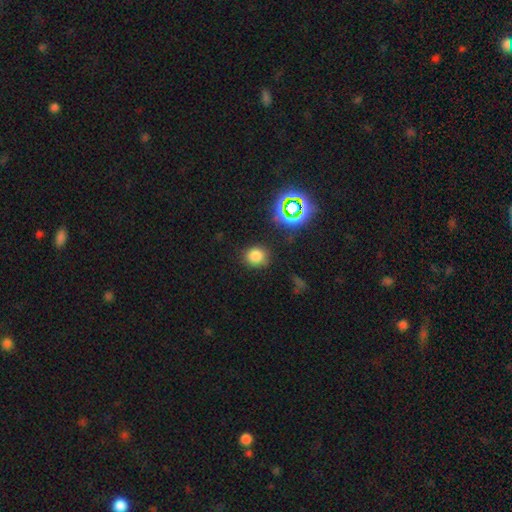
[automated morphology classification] Smooth or featured: smooth — 74% (star or artifact — 20%)
How rounded: round — 75% (in between — 24%)
Merging: none — 82% (minor disturbance — 12%)